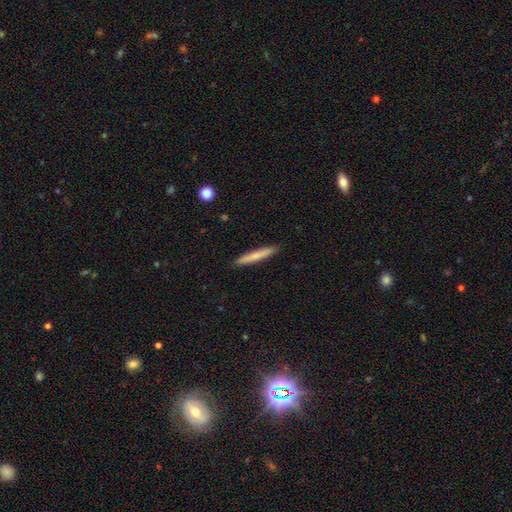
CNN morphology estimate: smooth 67%, featured or disk 28%, star or artifact 6%. Down the decision tree: how rounded — cigar-shaped (95%); merging — none (91%).